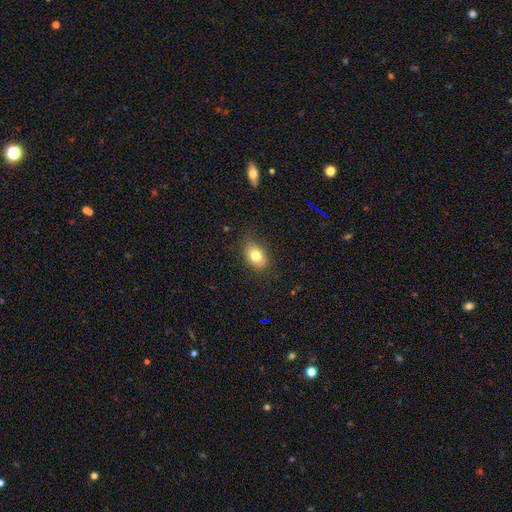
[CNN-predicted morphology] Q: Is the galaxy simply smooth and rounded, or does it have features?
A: smooth — 78%.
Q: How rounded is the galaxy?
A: in between — 77%.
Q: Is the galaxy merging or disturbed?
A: none — 77%.